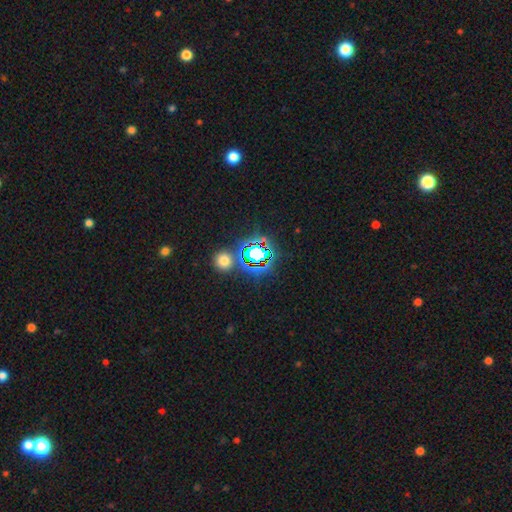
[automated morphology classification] A star or artifact, not a galaxy (71%).